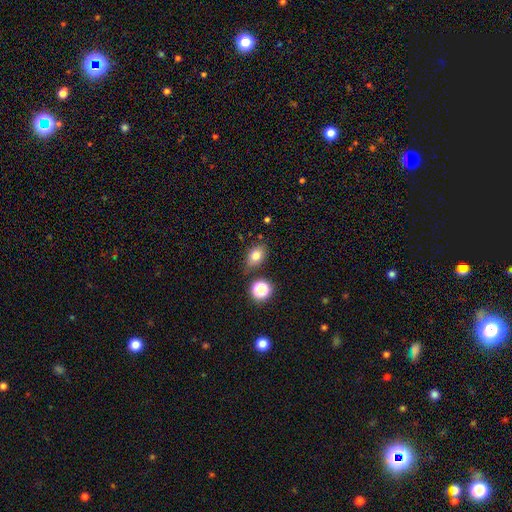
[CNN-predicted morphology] Overall: smooth (76%). How rounded: in between (73%). Merging: none (76%).